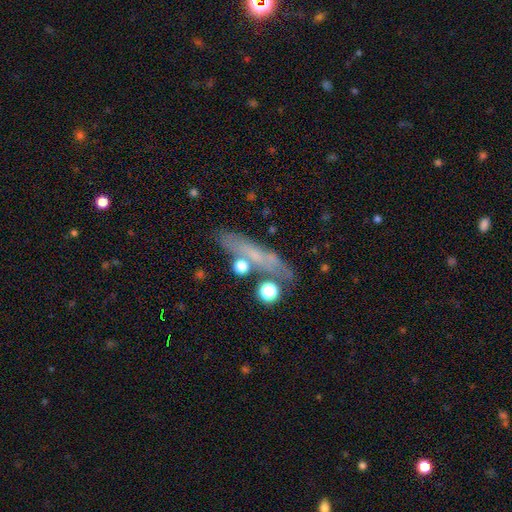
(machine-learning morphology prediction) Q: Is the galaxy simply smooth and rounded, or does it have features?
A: smooth — 46%.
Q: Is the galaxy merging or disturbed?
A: none — 65%.